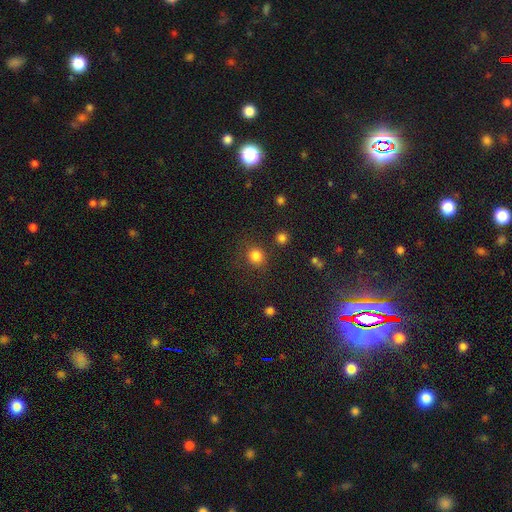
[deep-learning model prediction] Overall: smooth (82%). How rounded: round (83%). Merging: none (82%).